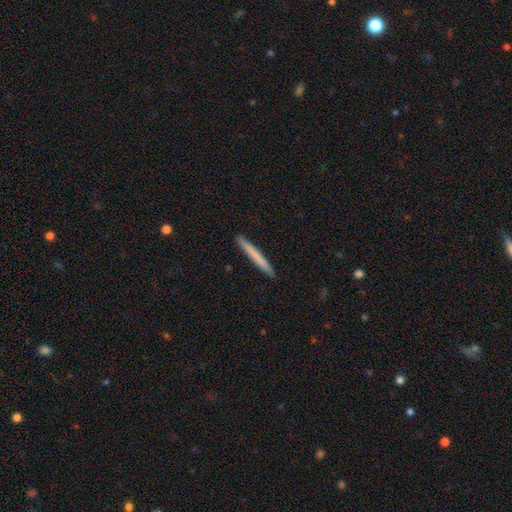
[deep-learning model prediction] This appears to be a smooth galaxy with no disk features (71%) that is cigar-shaped (97%). Merging: none (92%).